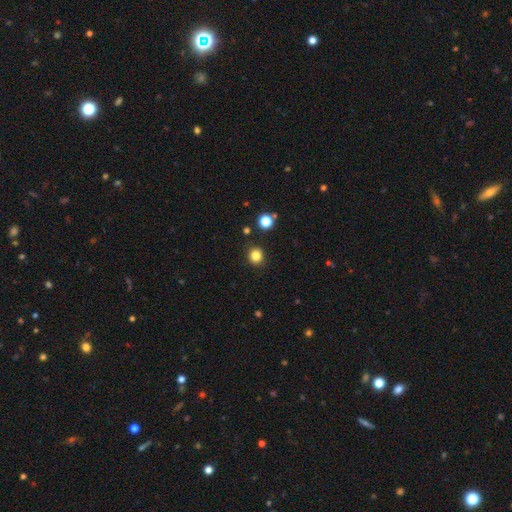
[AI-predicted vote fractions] smooth 83%, star or artifact 13%, featured or disk 4%. Down the decision tree: how rounded — round (85%); merging — none (89%).